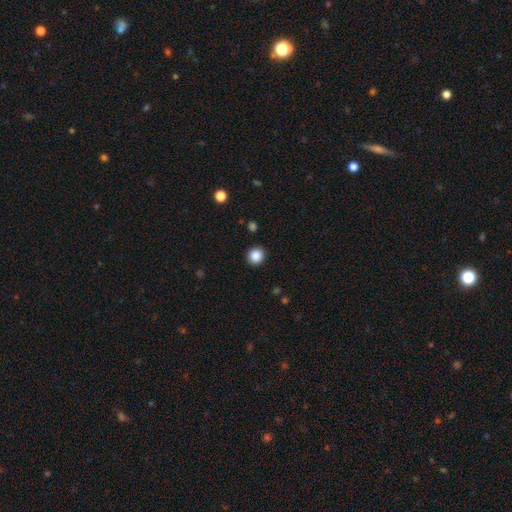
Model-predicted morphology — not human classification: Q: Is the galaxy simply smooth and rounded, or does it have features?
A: smooth — 87%.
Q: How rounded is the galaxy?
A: round — 92%.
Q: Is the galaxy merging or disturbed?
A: none — 92%.